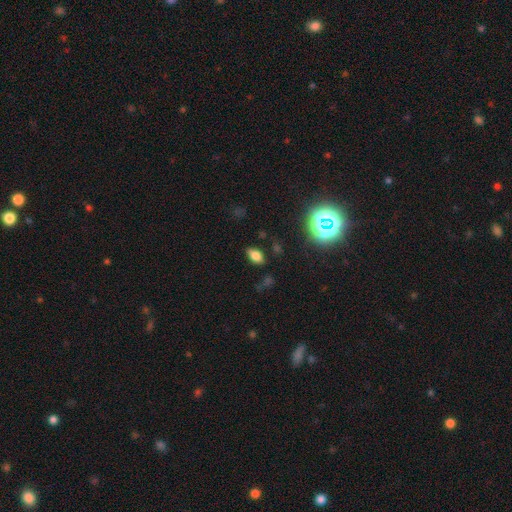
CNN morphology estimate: Smooth or featured? Predicted: smooth (p=0.72). How rounded? Predicted: in between (p=0.89). Merging? Predicted: none (p=0.82).